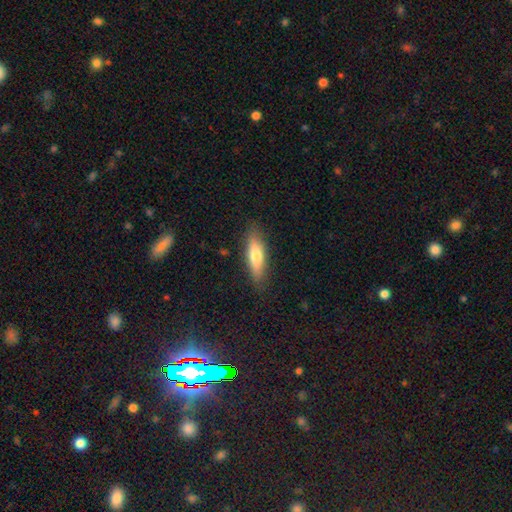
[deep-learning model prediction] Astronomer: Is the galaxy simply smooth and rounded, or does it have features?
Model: smooth — 68%.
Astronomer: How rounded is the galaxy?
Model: cigar-shaped — 62%.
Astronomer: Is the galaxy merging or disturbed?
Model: none — 85%.